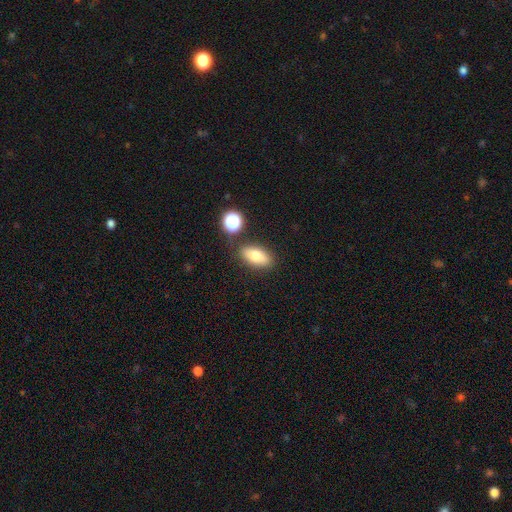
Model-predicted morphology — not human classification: smooth_or_featured: smooth (p=0.77) [alt: featured or disk p=0.14]
how_rounded: in between (p=0.85) [alt: cigar-shaped p=0.08]
merging: none (p=0.79) [alt: minor disturbance p=0.11]